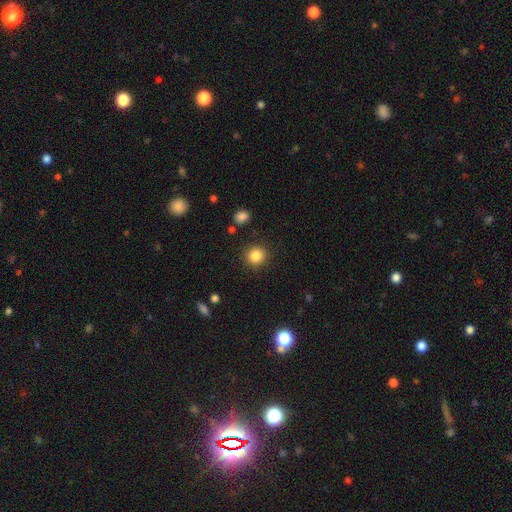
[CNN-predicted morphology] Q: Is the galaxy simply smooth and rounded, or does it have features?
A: smooth — 85%.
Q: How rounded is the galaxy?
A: round — 88%.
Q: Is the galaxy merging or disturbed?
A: none — 89%.